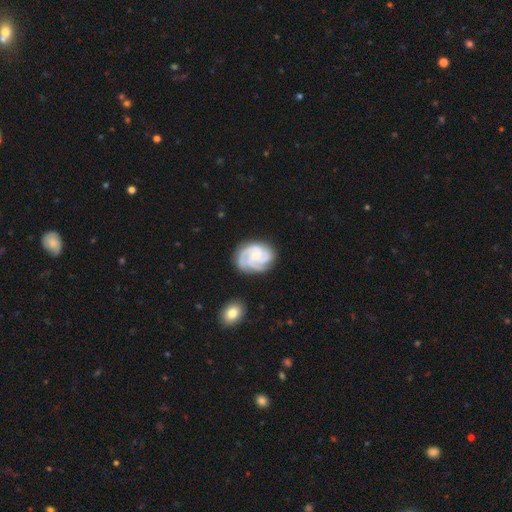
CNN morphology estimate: Q: Smooth or featured?
A: featured or disk (84%); runner-up: smooth (11%)
Q: Edge-on disk?
A: no (98%); runner-up: yes (2%)
Q: Bar?
A: no (69%); runner-up: weak (27%)
Q: Spiral arms?
A: yes (98%); runner-up: no (2%)
Q: Spiral winding?
A: tight (61%); runner-up: medium (33%)
Q: Spiral arm count?
A: 3 (51%); runner-up: 4 (21%)
Q: Bulge size?
A: small (63%); runner-up: moderate (27%)
Q: Merging?
A: none (75%); runner-up: minor disturbance (17%)